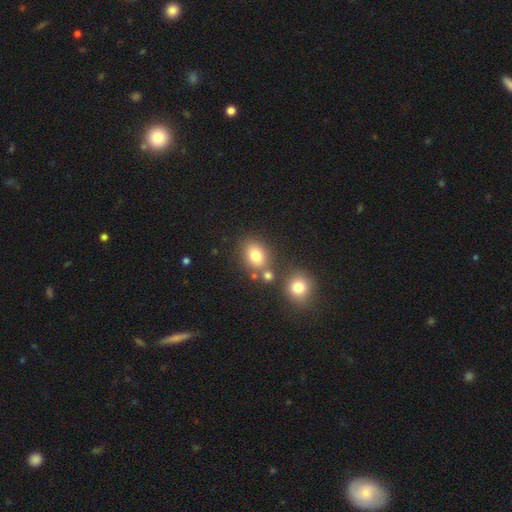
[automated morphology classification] A smooth galaxy with no disk features (79%) that is in between round and cigar-shaped (50%). Merging: none (67%).